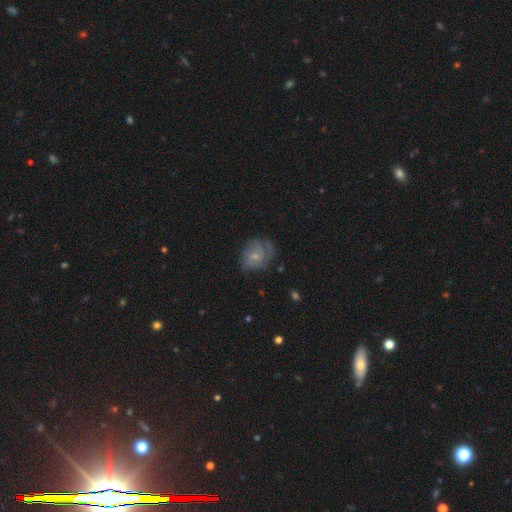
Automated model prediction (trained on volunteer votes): This appears to be a featured or disk galaxy (55%) with no bar (73%), spiral arms (81%) and a small central bulge (63%). Merging: none (62%).